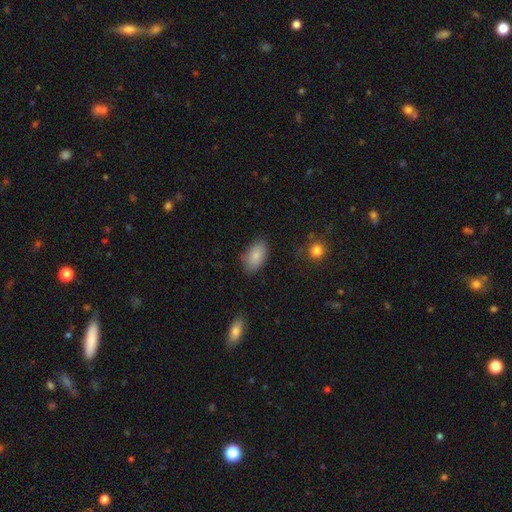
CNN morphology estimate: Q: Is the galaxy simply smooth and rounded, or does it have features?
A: smooth — 86%.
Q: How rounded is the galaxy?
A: in between — 93%.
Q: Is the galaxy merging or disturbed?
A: none — 79%.